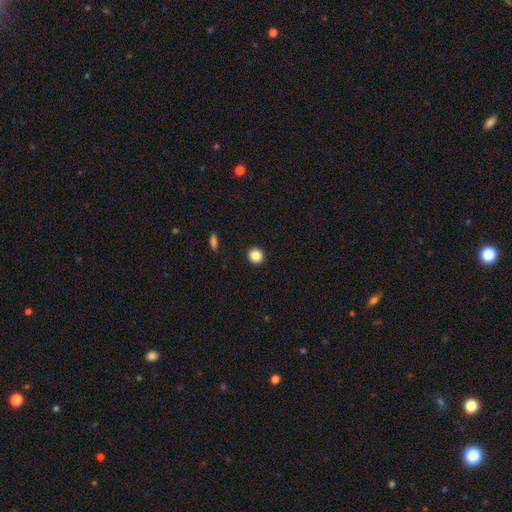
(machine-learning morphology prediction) The model was most divided on "smooth or featured": smooth: 86%, star or artifact: 10%, featured or disk: 4%. More confident: merging — none (93%); how rounded — round (91%).